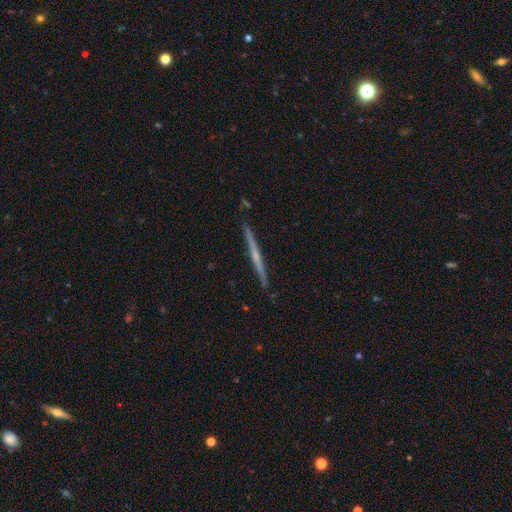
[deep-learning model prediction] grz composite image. It shows a featured or disk galaxy (73%) viewed edge-on (98%) with a rounded central bulge (51%). Merging: none (91%).